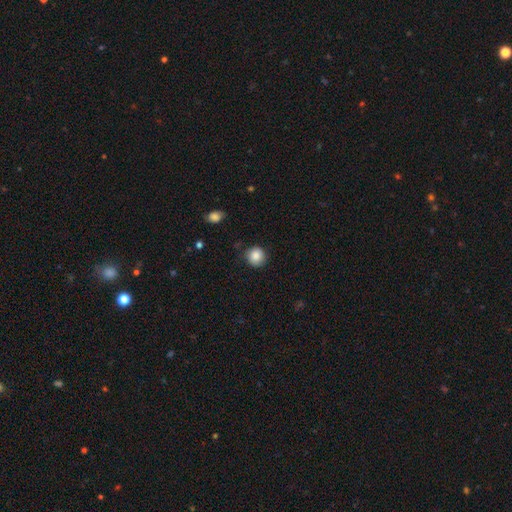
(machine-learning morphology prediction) This appears to be a smooth galaxy with no disk features (86%) that is round (91%). Merging: none (82%).